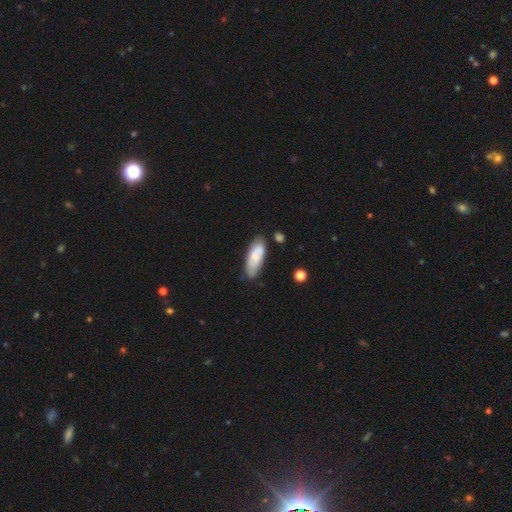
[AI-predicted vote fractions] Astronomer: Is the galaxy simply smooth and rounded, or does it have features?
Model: smooth — 75%.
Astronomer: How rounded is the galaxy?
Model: in between — 68%.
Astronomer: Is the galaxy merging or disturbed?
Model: none — 70%.